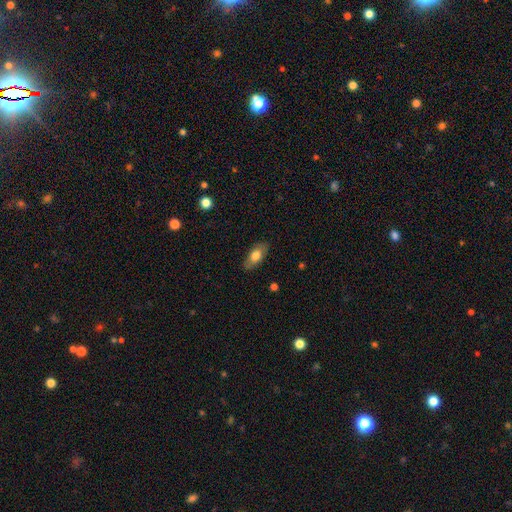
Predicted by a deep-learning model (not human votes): Smooth or featured?
  - smooth: 72% *
  - featured or disk: 21%
  - star or artifact: 7%
How rounded?
  - in between: 86% *
  - cigar-shaped: 10%
  - round: 4%
Merging?
  - none: 84% *
  - minor disturbance: 12%
  - major disturbance: 3%
  - merger: 1%